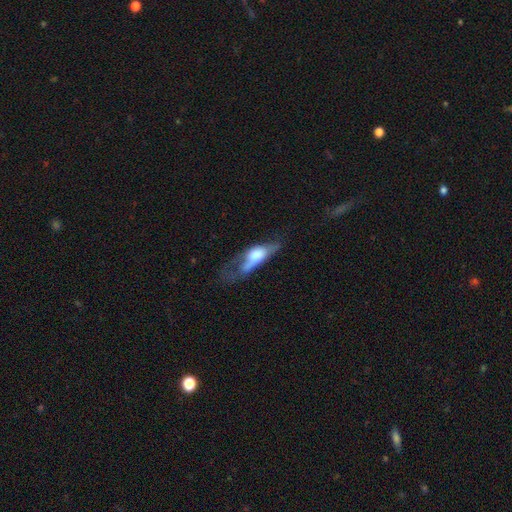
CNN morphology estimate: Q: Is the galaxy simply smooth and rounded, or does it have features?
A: smooth — 56%.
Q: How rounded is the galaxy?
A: in between — 69%.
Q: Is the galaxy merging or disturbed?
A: major disturbance — 52%.